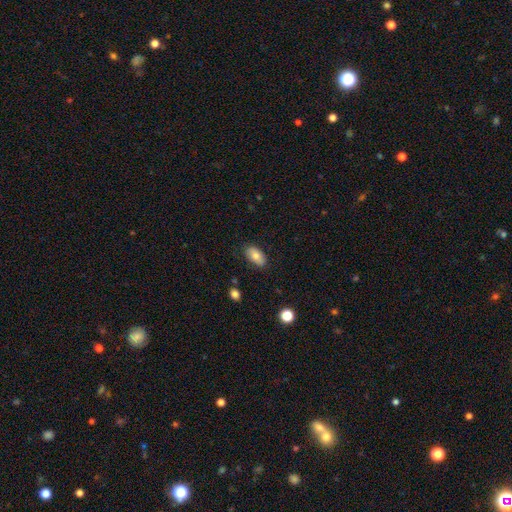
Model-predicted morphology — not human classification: Overall: smooth (76%). How rounded: in between (93%). Merging: none (82%).